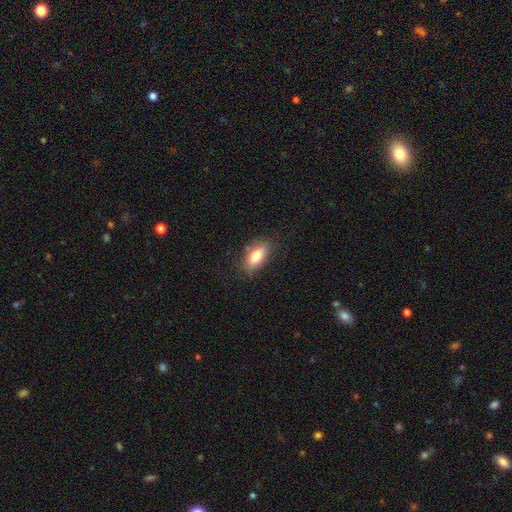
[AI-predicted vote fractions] Smooth or featured: smooth — 77% (featured or disk — 15%)
How rounded: in between — 85% (cigar-shaped — 10%)
Merging: none — 79% (minor disturbance — 15%)